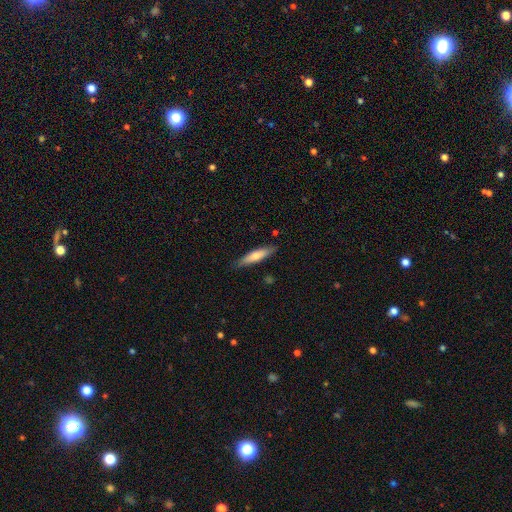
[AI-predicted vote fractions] The model was most divided on "smooth or featured": smooth: 63%, featured or disk: 32%, star or artifact: 6%. More confident: merging — none (83%); how rounded — cigar-shaped (81%).